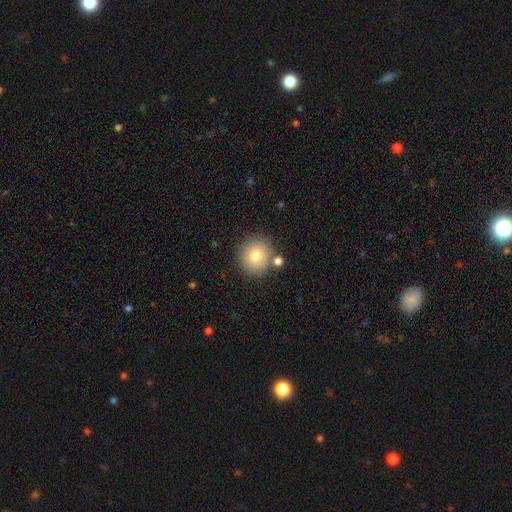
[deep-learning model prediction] Morphology: type=smooth (76%); roundness=round (91%); merging=none (79%).